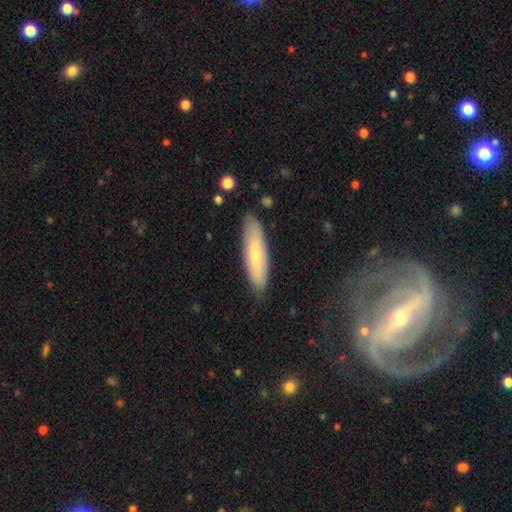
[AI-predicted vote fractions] This appears to be a smooth galaxy with no disk features (65%) that is cigar-shaped (66%). Merging: none (83%).